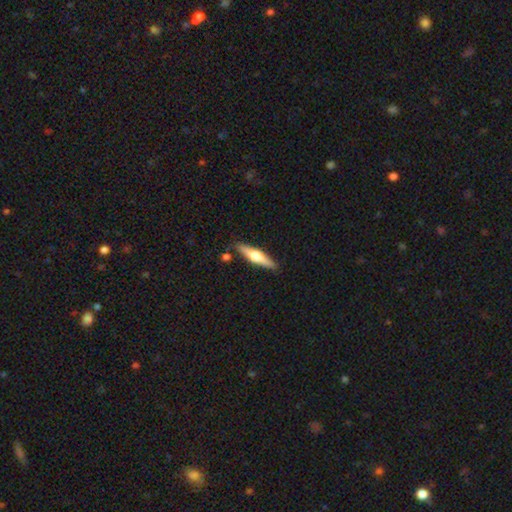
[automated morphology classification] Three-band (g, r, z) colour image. It shows a featured or disk galaxy (58%) viewed edge-on (96%) with a rounded central bulge (92%). Merging: none (86%).